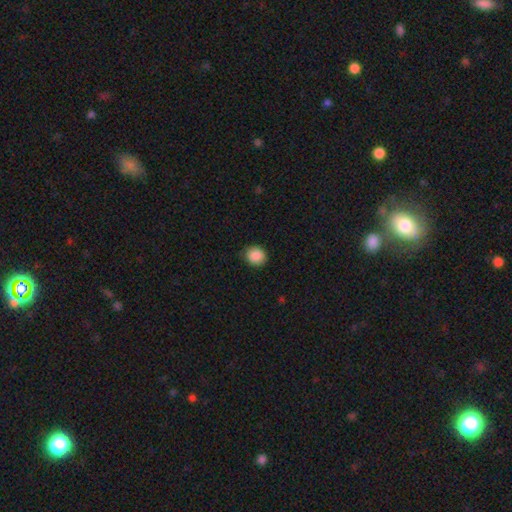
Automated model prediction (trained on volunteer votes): smooth_or_featured: smooth (p=0.89) [alt: star or artifact p=0.08]
how_rounded: round (p=0.78) [alt: in between p=0.21]
merging: none (p=0.87) [alt: minor disturbance p=0.10]